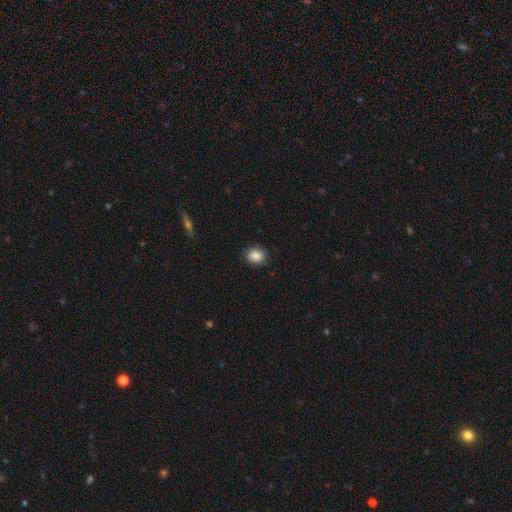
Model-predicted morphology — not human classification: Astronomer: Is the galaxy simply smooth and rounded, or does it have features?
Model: smooth — 88%.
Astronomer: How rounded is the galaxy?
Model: round — 60% (runner-up: in between, 39%).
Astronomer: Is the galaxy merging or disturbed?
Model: none — 87%.